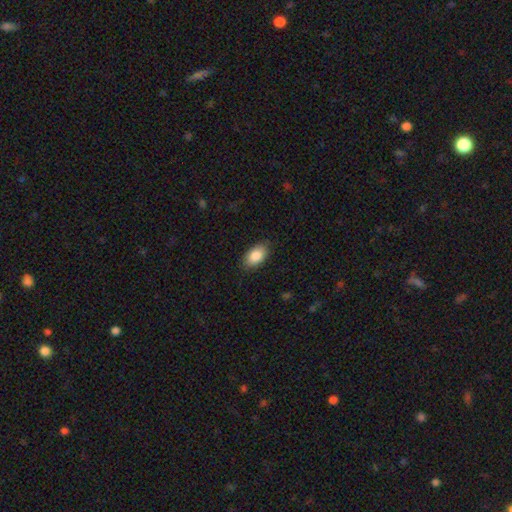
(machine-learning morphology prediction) type=smooth (87%); roundness=in between (92%); merging=none (84%).